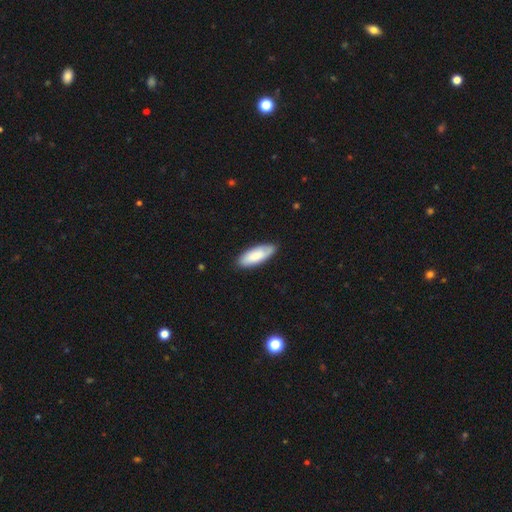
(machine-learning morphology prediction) Smooth or featured? Predicted: smooth (p=0.82). How rounded? Predicted: in between (p=0.74). Merging? Predicted: none (p=0.85).